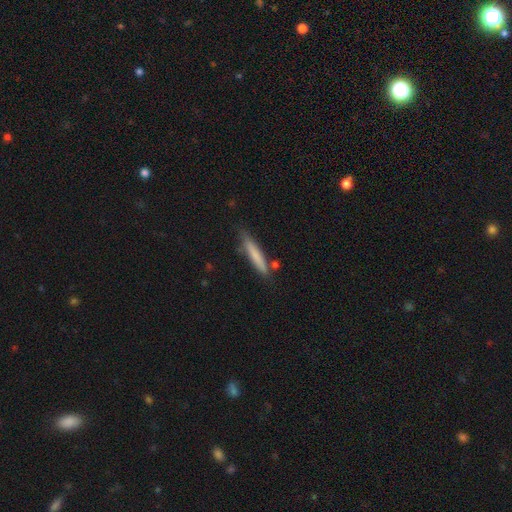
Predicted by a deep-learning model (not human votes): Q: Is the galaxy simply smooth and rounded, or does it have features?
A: smooth — 74%.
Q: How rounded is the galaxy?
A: cigar-shaped — 91%.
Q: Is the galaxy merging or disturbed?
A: none — 76%.